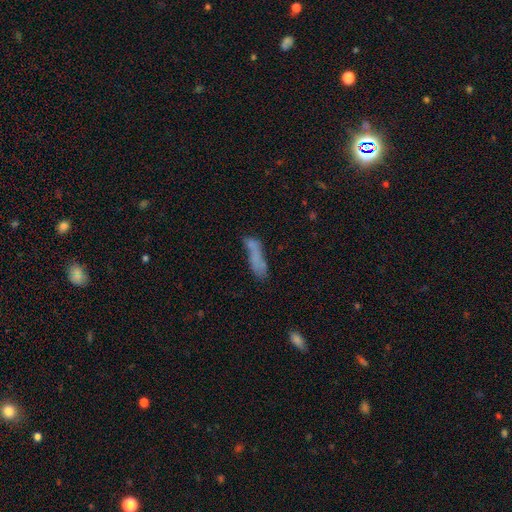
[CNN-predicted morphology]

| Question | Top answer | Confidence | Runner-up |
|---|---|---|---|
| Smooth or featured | smooth | 63% | featured or disk (23%) |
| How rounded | cigar-shaped | 62% | in between (34%) |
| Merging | none | 41% | merger (24%) |